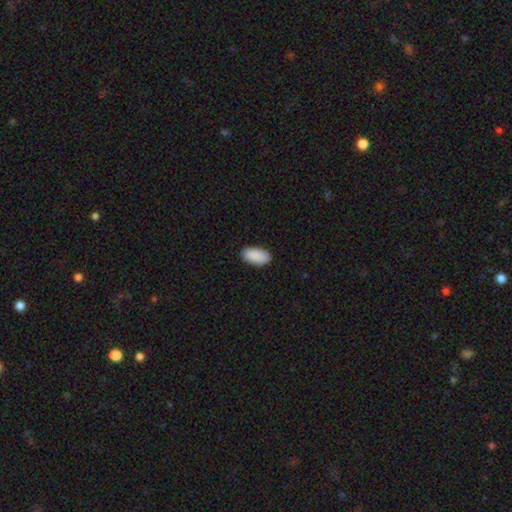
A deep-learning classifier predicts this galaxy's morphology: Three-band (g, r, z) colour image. It shows a smooth galaxy with no disk features (91%) that is in between round and cigar-shaped (95%). Merging: none (88%).